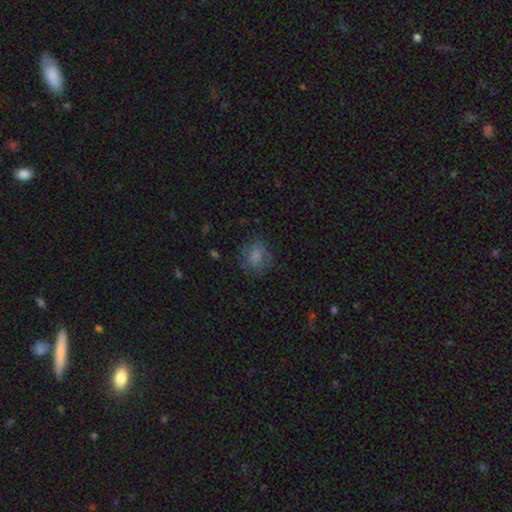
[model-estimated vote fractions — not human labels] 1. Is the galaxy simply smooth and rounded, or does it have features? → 74% smooth, 15% featured or disk, 11% star or artifact.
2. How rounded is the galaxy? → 67% round, 32% in between, 1% cigar-shaped.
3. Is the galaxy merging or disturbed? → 66% none, 21% minor disturbance, 11% major disturbance, 1% merger.